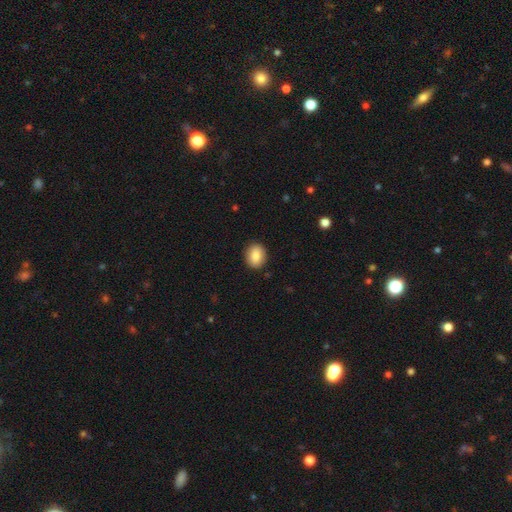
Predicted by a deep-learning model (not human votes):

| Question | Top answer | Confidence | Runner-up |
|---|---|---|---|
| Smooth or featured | smooth | 86% | star or artifact (8%) |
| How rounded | round | 51% | in between (48%) |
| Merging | none | 90% | minor disturbance (7%) |